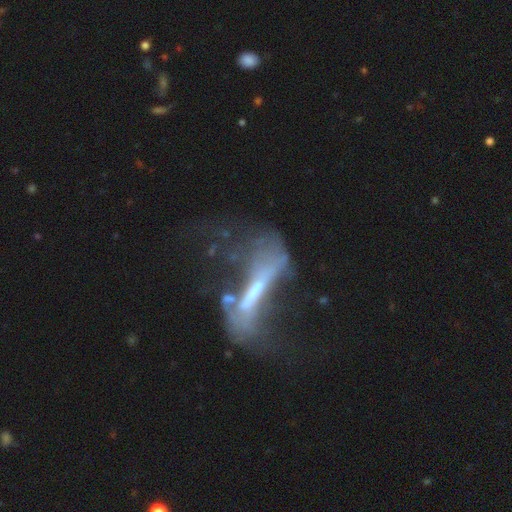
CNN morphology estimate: smooth_or_featured: featured or disk (p=0.68) [alt: smooth p=0.20]
disk_edge_on: no (p=0.68) [alt: yes p=0.32]
merging: major disturbance (p=0.44) [alt: none p=0.27]